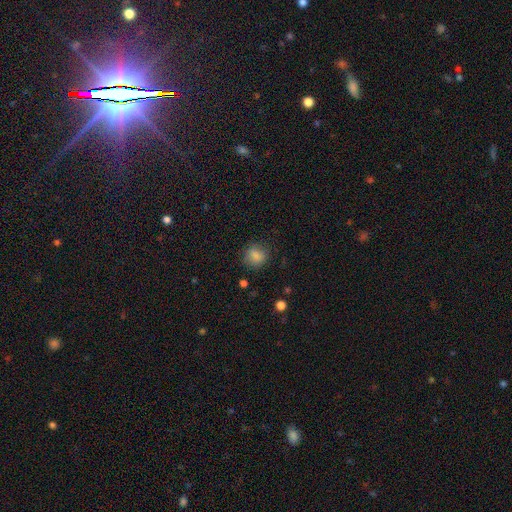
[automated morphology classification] Overall: smooth (83%). How rounded: round (70%). Merging: none (78%).